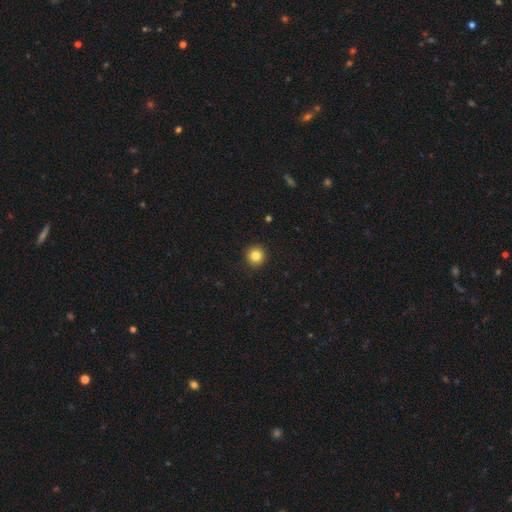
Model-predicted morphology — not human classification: A smooth galaxy with no disk features (83%) that is round (95%). Merging: none (93%).